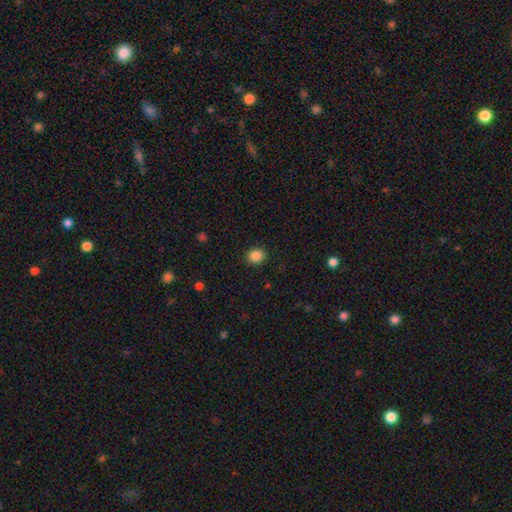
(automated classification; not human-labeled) Morphology: type=smooth (87%); roundness=round (69%); merging=none (90%).